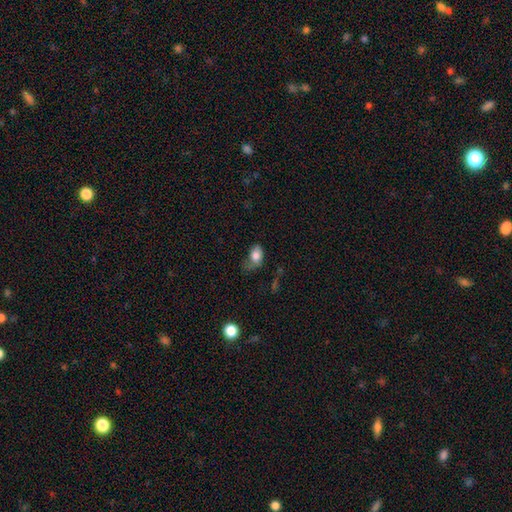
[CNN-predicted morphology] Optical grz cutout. It shows a smooth galaxy with no disk features (79%) that is in between round and cigar-shaped (80%). Merging: minor disturbance (36%).